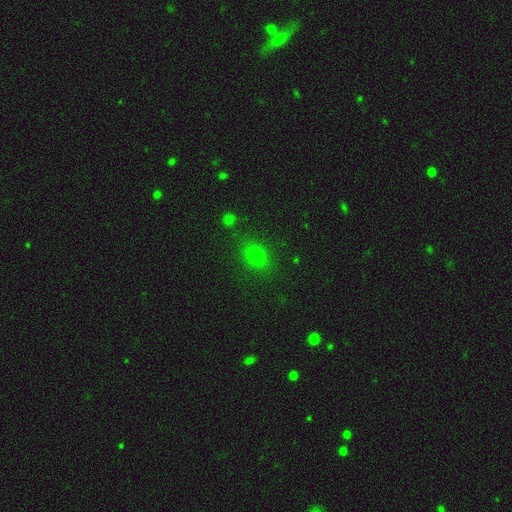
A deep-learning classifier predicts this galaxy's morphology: This is likely a smooth galaxy (73%). How rounded: possibly in between (56%). Merging: clearly none (81%).